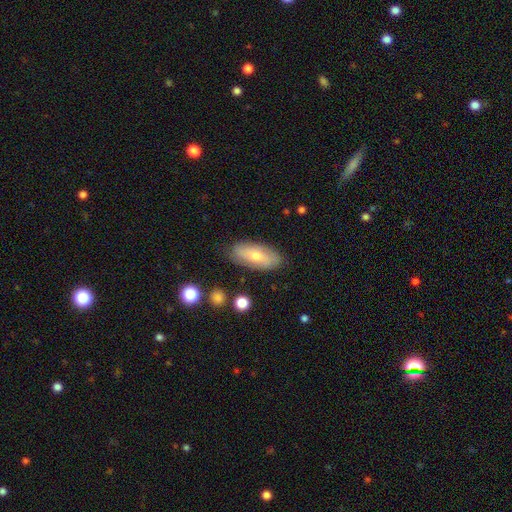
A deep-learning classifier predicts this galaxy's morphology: Smooth or featured? Predicted: smooth (p=0.55). How rounded? Predicted: in between (p=0.84). Merging? Predicted: none (p=0.82).